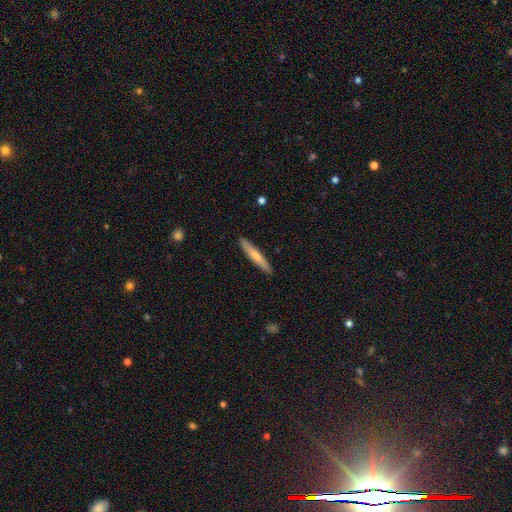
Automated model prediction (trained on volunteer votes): The model was most divided on "smooth or featured": smooth: 66%, featured or disk: 28%, star or artifact: 5%. More confident: how rounded — cigar-shaped (93%); merging — none (91%).